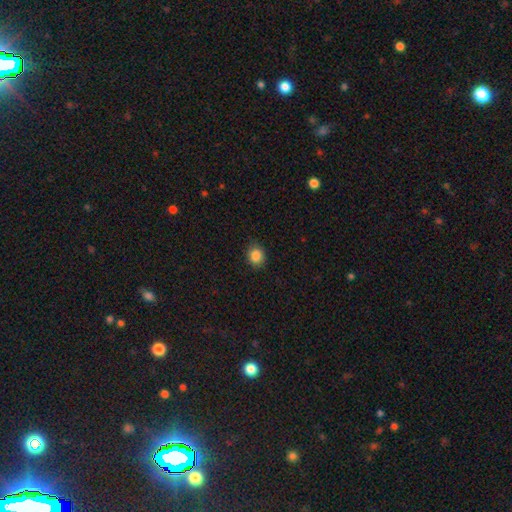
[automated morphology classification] Smooth or featured: smooth — 86% (star or artifact — 10%)
How rounded: round — 65% (in between — 34%)
Merging: none — 86% (minor disturbance — 11%)